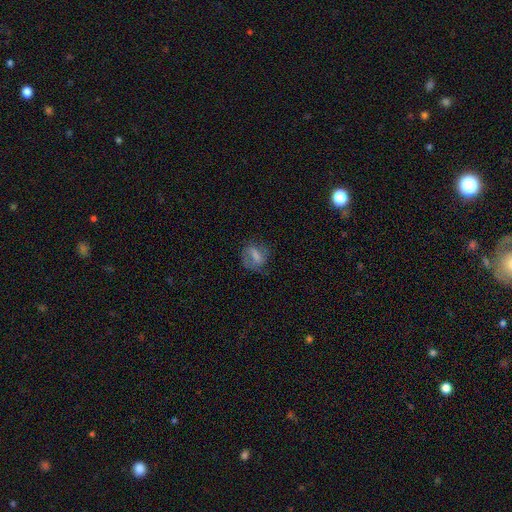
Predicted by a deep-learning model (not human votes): A smooth galaxy with no disk features (51%) that is in between round and cigar-shaped (53%). Merging: none (58%).